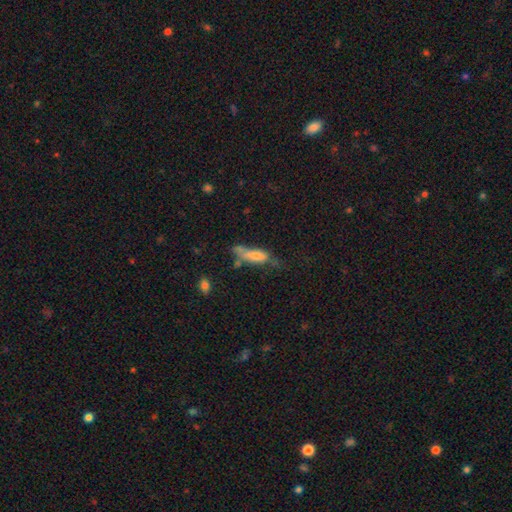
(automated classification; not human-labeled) A smooth galaxy with no disk features (64%) that is cigar-shaped (54%). Merging: none (35%).